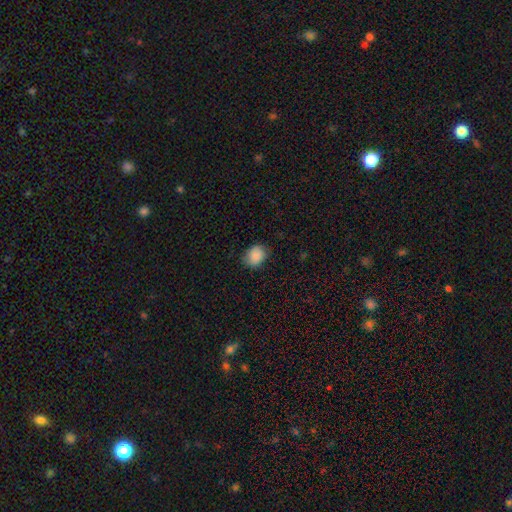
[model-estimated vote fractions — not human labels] The model was most divided on "how rounded": round: 51%, in between: 48%, cigar-shaped: 1%. More confident: smooth or featured — smooth (88%); merging — none (78%).